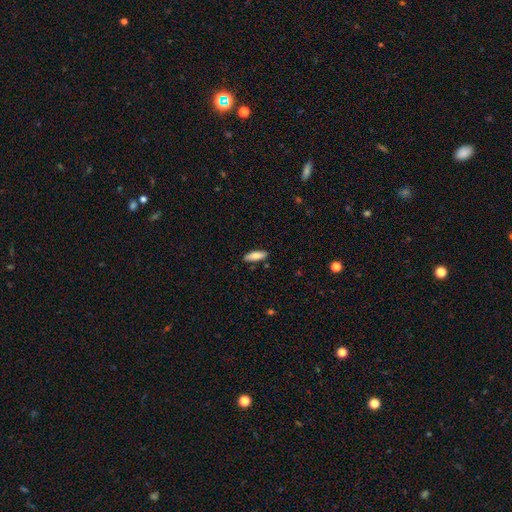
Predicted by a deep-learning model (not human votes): Smooth or featured? smooth (81%)
How rounded? in between (54%)
Merging? none (87%)